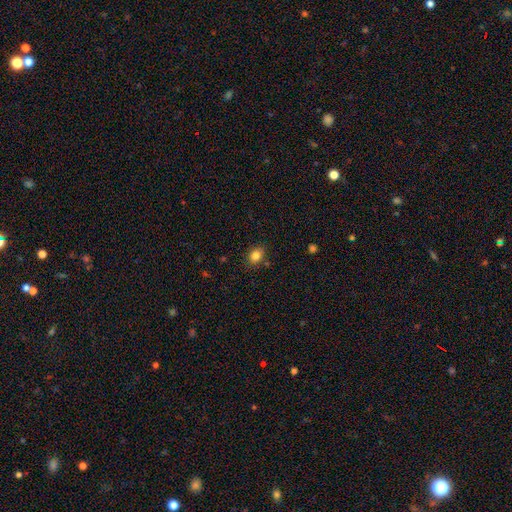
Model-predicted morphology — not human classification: This is clearly a smooth galaxy (83%). How rounded: likely in between (62%). Merging: clearly none (83%).